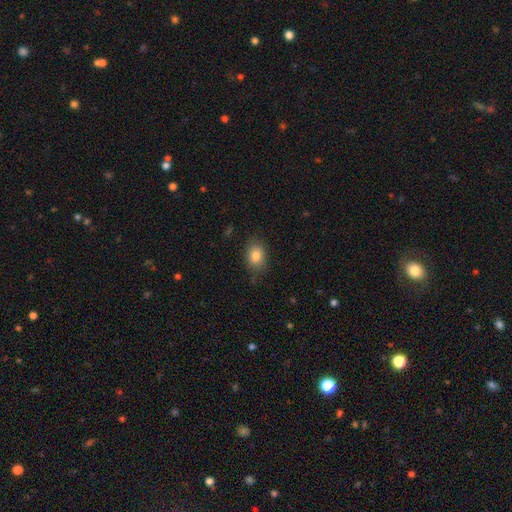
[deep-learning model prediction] Morphology: type=smooth (83%); roundness=in between (69%); merging=none (79%).